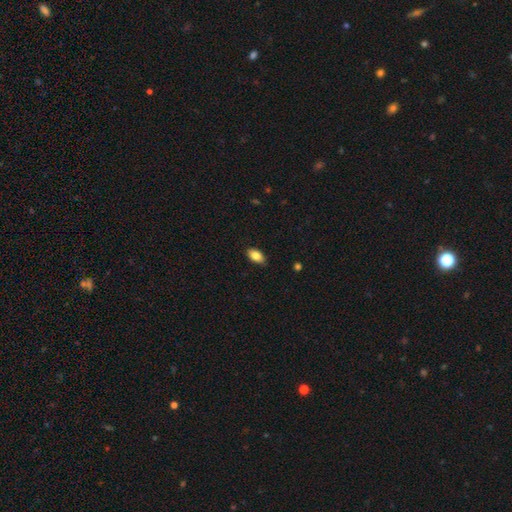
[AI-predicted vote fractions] smooth 85%, featured or disk 8%, star or artifact 7%. Down the decision tree: how rounded — in between (92%); merging — none (86%).